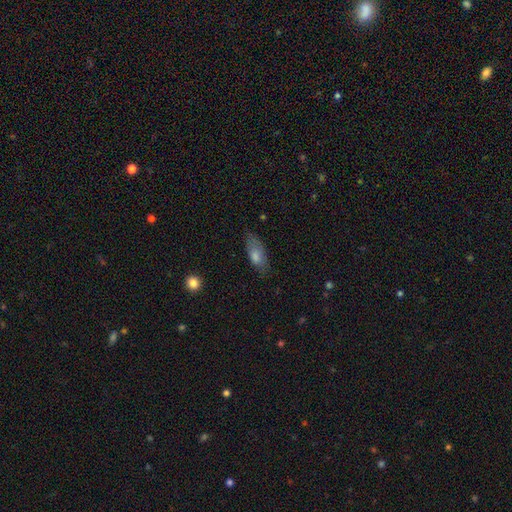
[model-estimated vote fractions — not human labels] The model was most divided on "smooth or featured": smooth: 68%, featured or disk: 23%, star or artifact: 9%. More confident: how rounded — in between (75%); merging — none (69%).